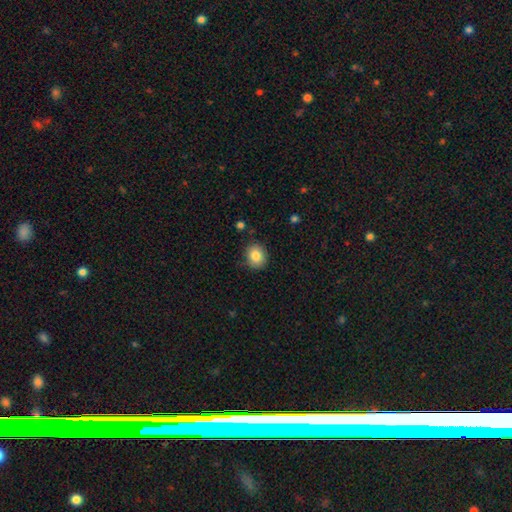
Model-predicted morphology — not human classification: A smooth galaxy with no disk features (84%) that is round (70%). Merging: none (86%).